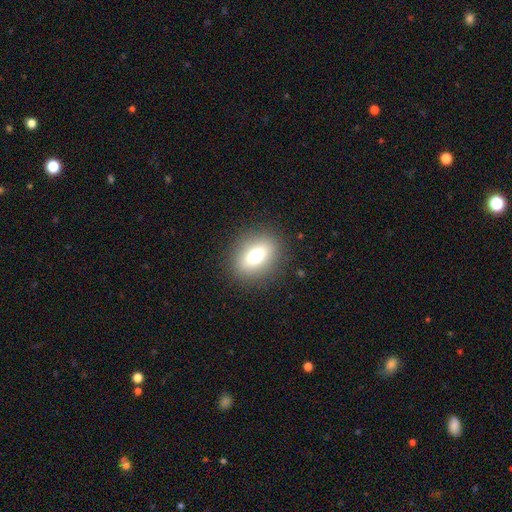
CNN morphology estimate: smooth_or_featured: smooth (p=0.73) [alt: featured or disk p=0.15]
how_rounded: in between (p=0.64) [alt: round p=0.33]
merging: none (p=0.87) [alt: minor disturbance p=0.08]